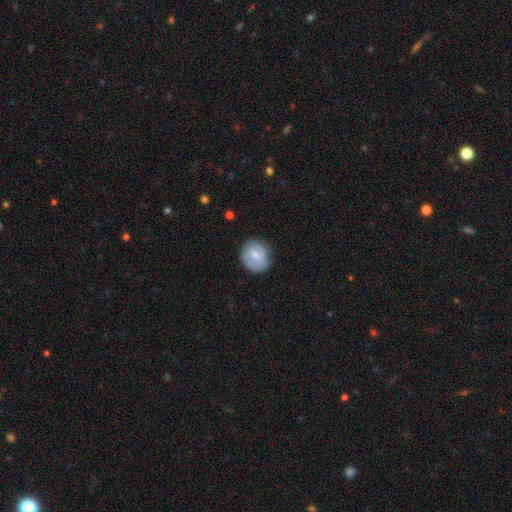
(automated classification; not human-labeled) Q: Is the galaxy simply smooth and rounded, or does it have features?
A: smooth — 63%.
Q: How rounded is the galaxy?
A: round — 71%.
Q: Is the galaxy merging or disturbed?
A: none — 77%.